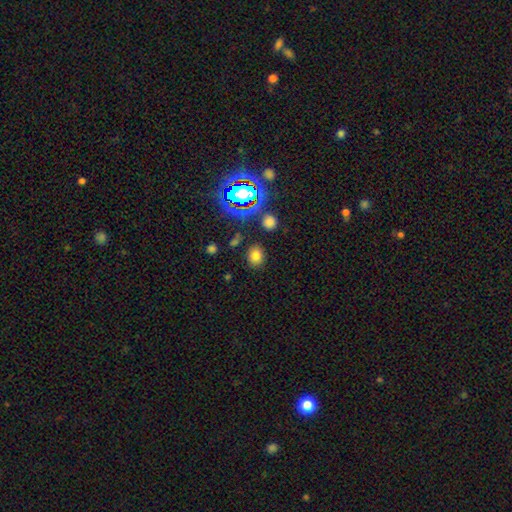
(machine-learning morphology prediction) smooth-or-featured: smooth: 74% | star or artifact: 19% | featured or disk: 8%
  how-rounded: round: 56% | in between: 43% | cigar-shaped: 1%
  merging: none: 84% | minor disturbance: 9% | major disturbance: 4% | merger: 3%